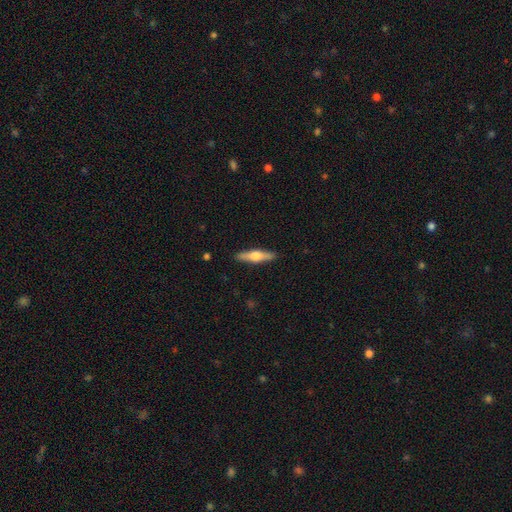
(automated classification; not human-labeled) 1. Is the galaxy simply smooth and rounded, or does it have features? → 53% featured or disk, 42% smooth, 5% star or artifact.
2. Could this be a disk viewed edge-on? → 95% yes, 5% no.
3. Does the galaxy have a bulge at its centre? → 92% rounded, 5% boxy, 3% none.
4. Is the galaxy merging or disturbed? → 90% none, 7% minor disturbance, 2% major disturbance, 1% merger.